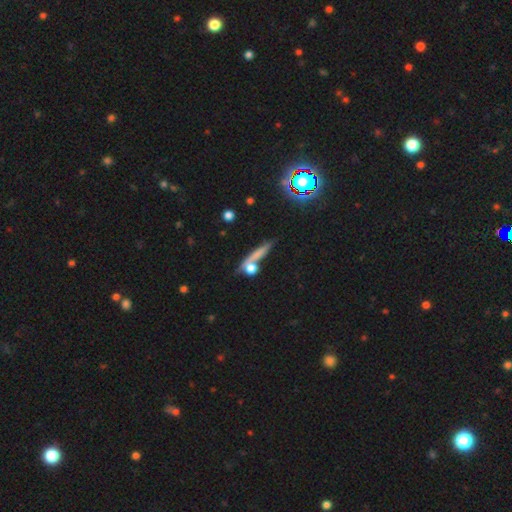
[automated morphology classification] Smooth or featured: smooth — 57% (featured or disk — 26%)
How rounded: cigar-shaped — 58% (round — 25%)
Merging: none — 53% (merger — 26%)